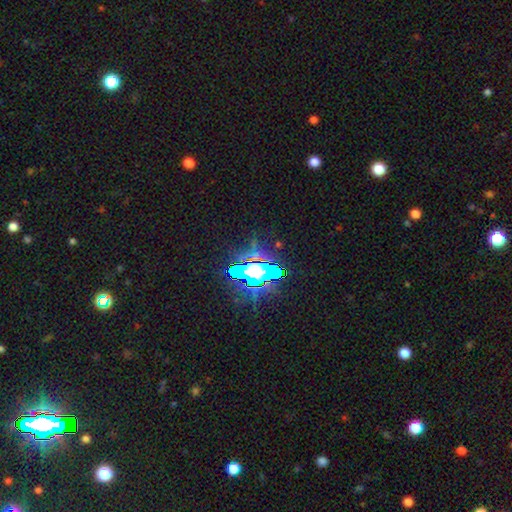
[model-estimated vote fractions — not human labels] The model was most divided on "smooth or featured": star or artifact: 82%, smooth: 10%, featured or disk: 8%.